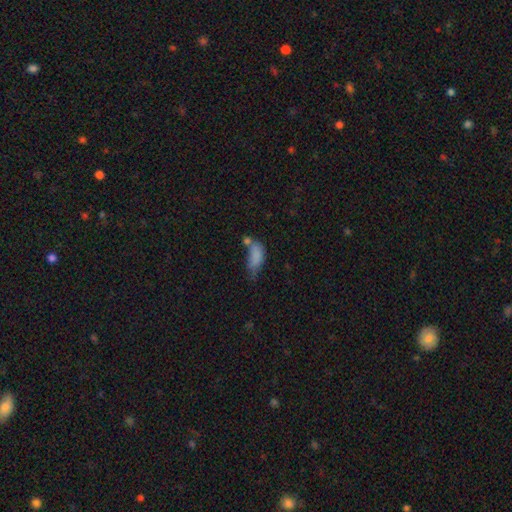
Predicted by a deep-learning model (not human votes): Q: Smooth or featured?
A: smooth (76%); runner-up: featured or disk (14%)
Q: How rounded?
A: in between (87%); runner-up: cigar-shaped (9%)
Q: Merging?
A: merger (26%); runner-up: minor disturbance (25%)